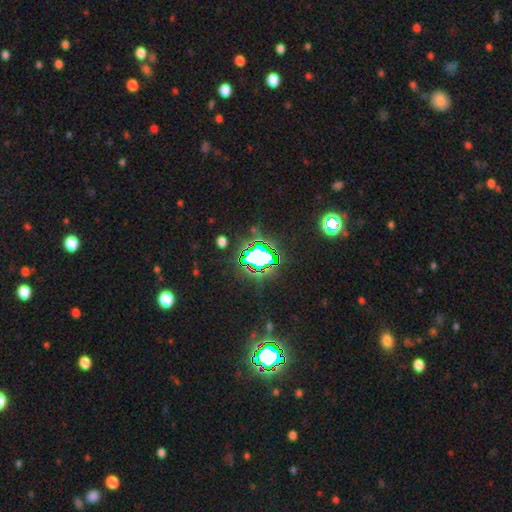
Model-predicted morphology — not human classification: Overall: star or artifact (79%).